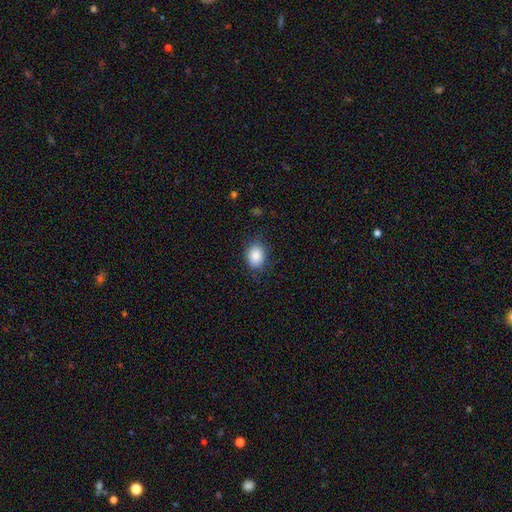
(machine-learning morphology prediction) This appears to be a smooth galaxy with no disk features (87%) that is in between round and cigar-shaped (66%). Merging: none (80%).